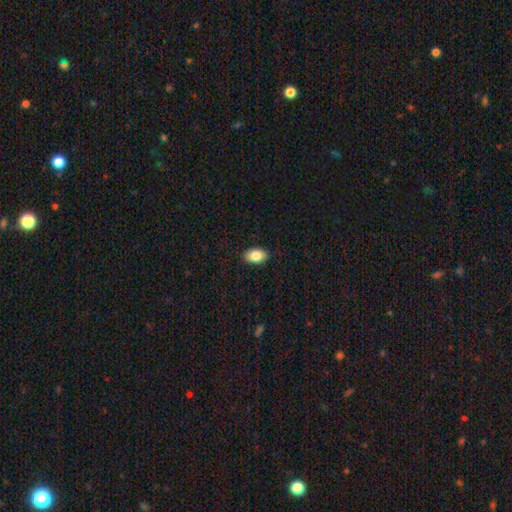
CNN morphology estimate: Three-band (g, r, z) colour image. It shows a smooth galaxy with no disk features (85%) that is in between round and cigar-shaped (91%). Merging: none (89%).